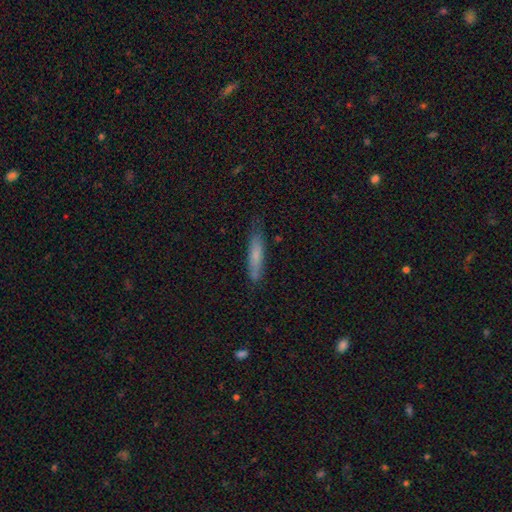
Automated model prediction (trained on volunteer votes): Smooth or featured?
  - smooth: 70% *
  - featured or disk: 23%
  - star or artifact: 7%
How rounded?
  - cigar-shaped: 86% *
  - in between: 12%
  - round: 2%
Merging?
  - none: 77% *
  - minor disturbance: 18%
  - major disturbance: 3%
  - merger: 2%